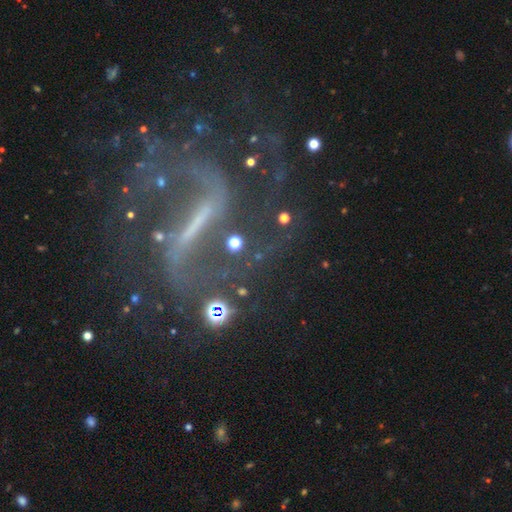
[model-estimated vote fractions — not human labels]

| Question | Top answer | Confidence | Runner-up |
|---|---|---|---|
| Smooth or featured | featured or disk | 86% | star or artifact (10%) |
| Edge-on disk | no | 95% | yes (5%) |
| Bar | strong | 70% | weak (22%) |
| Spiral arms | yes | 92% | no (8%) |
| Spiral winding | loose | 54% | medium (35%) |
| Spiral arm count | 2 | 85% | can't tell (6%) |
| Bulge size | none | 48% | small (40%) |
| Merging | none | 57% | major disturbance (21%) |